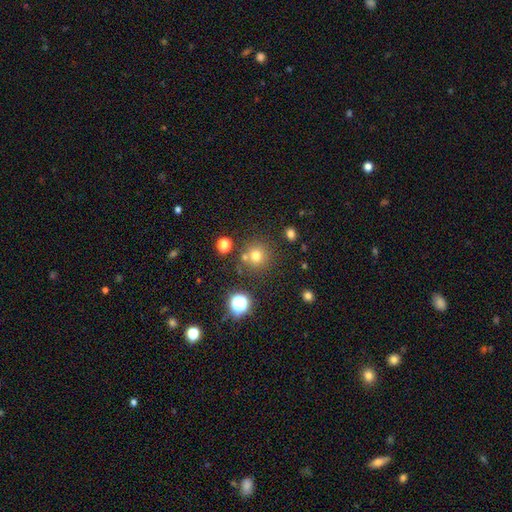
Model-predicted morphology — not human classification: A smooth galaxy with no disk features (71%) that is round (93%). Merging: none (75%).